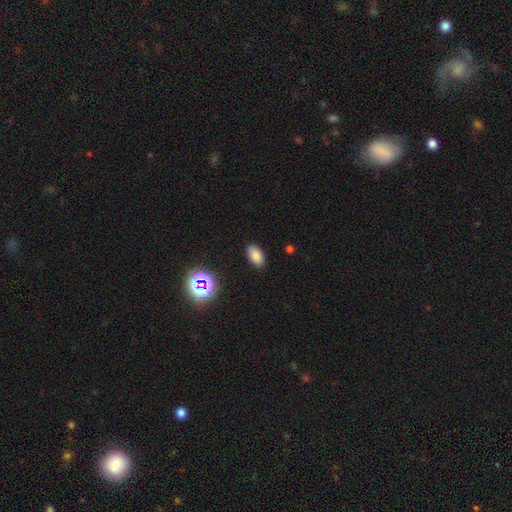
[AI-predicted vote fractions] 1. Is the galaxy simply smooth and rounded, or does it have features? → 80% smooth, 14% star or artifact, 6% featured or disk.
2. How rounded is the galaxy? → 93% in between, 5% round, 2% cigar-shaped.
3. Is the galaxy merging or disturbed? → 88% none, 8% minor disturbance, 2% major disturbance, 1% merger.